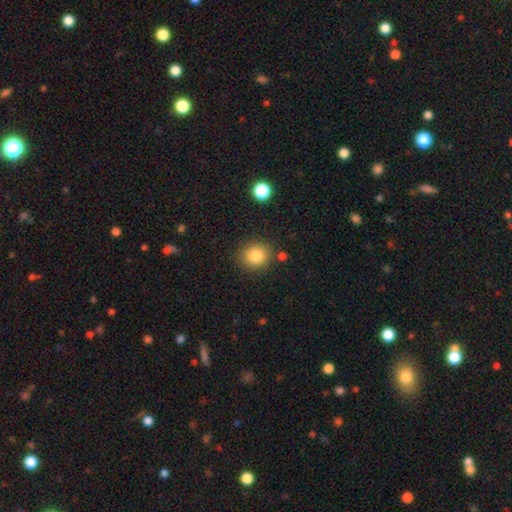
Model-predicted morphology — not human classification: A smooth galaxy with no disk features (84%) that is round (80%). Merging: none (85%).